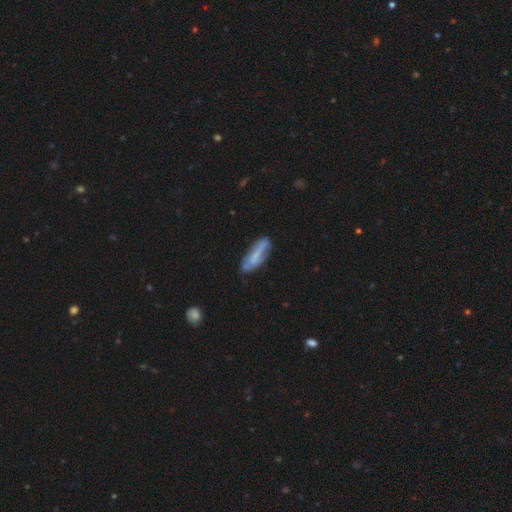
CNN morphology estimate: This appears to be a smooth galaxy with no disk features (54%) that is cigar-shaped (50%). Merging: none (67%).